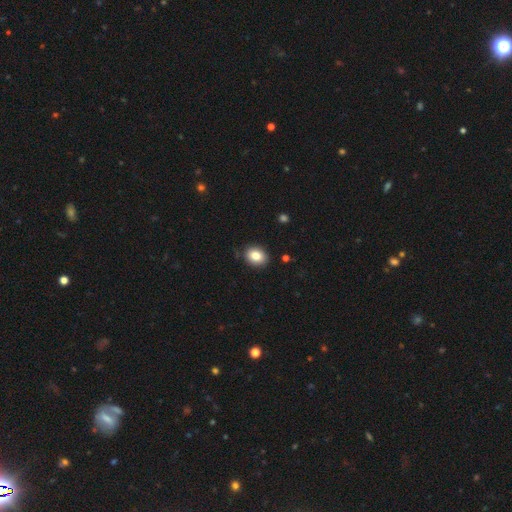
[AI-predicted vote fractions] Smooth or featured? smooth (83%)
How rounded? in between (53%)
Merging? none (86%)